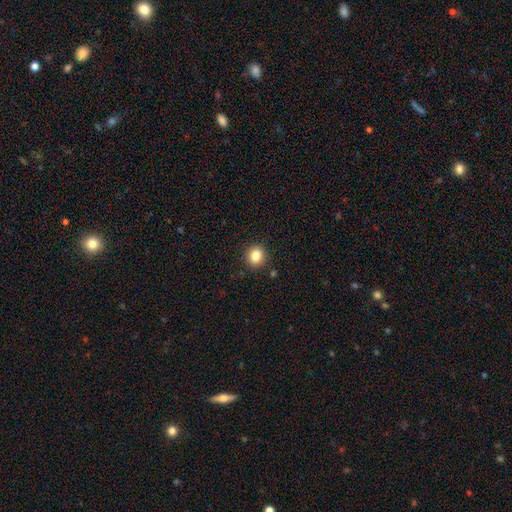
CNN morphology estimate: This appears to be a smooth galaxy with no disk features (84%) that is round (82%). Merging: none (90%).